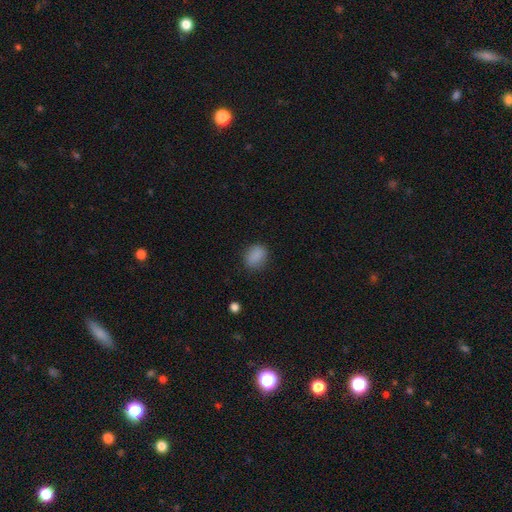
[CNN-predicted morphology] The model was most divided on "how rounded": in between: 58%, round: 41%, cigar-shaped: 1%. More confident: smooth or featured — smooth (86%); merging — none (81%).